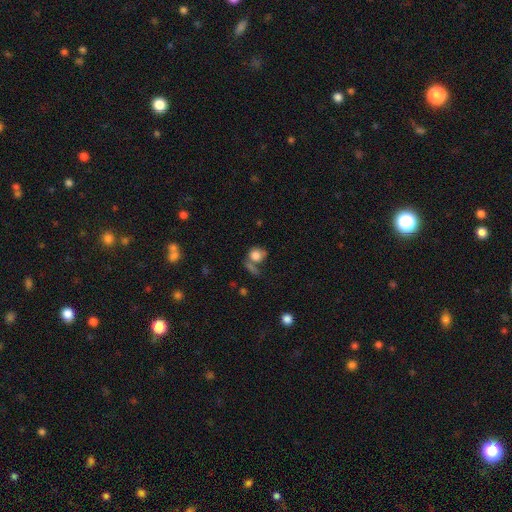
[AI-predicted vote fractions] A smooth galaxy with no disk features (77%) that is round (67%).

Vote fractions:
- Smooth or featured? smooth: 77% / featured or disk: 12% / star or artifact: 11%
- How rounded? round: 67% / in between: 31% / cigar-shaped: 2%
- Merging? none: 41% / merger: 28% / minor disturbance: 16% / major disturbance: 15%